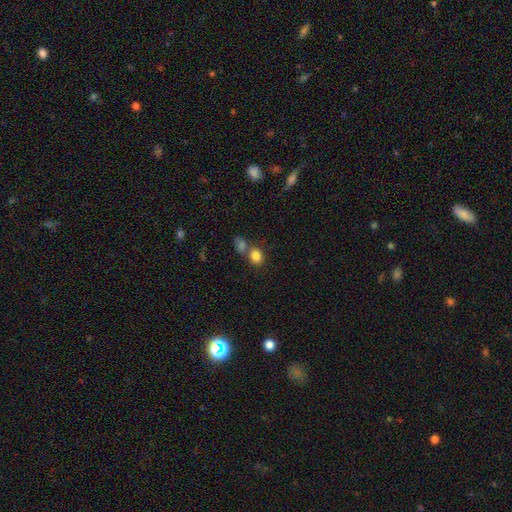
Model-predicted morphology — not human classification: smooth 82%, star or artifact 11%, featured or disk 7%. Down the decision tree: how rounded — round (59%); merging — none (53%).